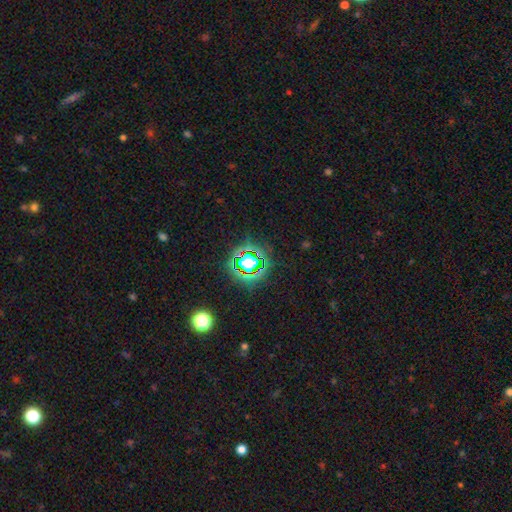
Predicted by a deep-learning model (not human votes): A star or artifact, not a galaxy (74%).

Vote fractions:
- Smooth or featured? star or artifact: 74% / smooth: 17% / featured or disk: 9%